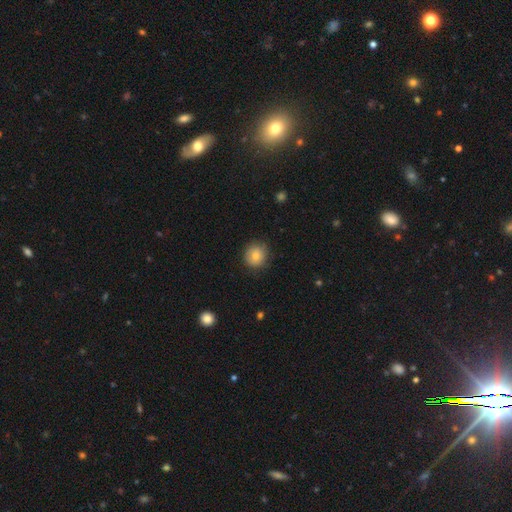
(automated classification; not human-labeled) Morphology: type=smooth (81%); roundness=round (89%); merging=none (85%).